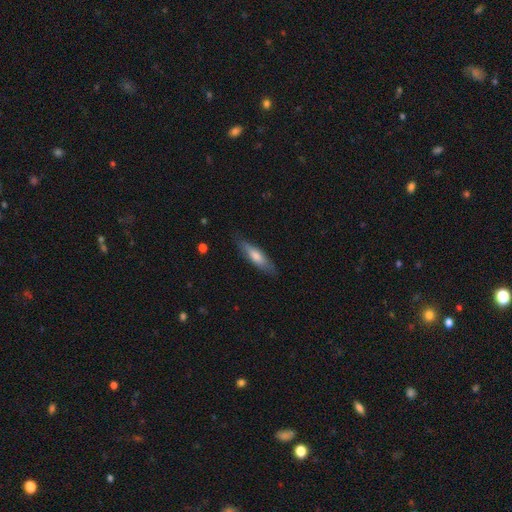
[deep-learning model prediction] Q: Smooth or featured?
A: smooth (64%); runner-up: featured or disk (30%)
Q: How rounded?
A: cigar-shaped (68%); runner-up: in between (30%)
Q: Merging?
A: none (82%); runner-up: minor disturbance (14%)